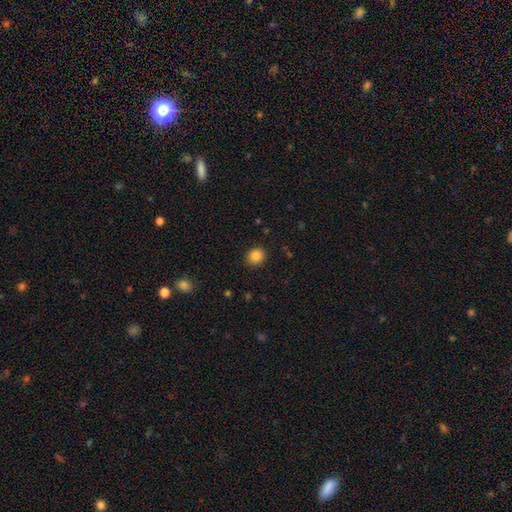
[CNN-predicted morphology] Smooth or featured: smooth — 85% (star or artifact — 10%)
How rounded: round — 74% (in between — 25%)
Merging: none — 89% (minor disturbance — 8%)